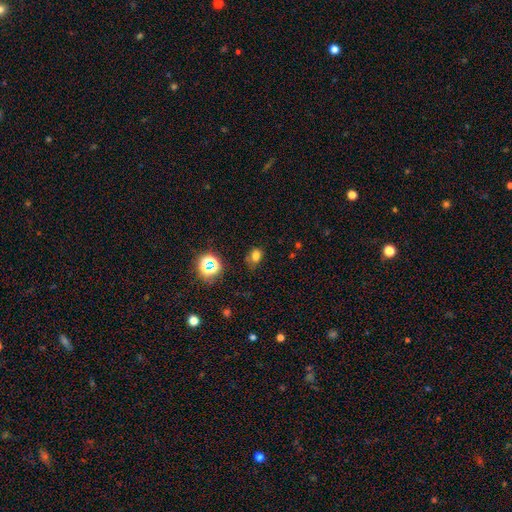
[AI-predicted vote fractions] A smooth galaxy with no disk features (70%) that is in between round and cigar-shaped (57%).

Vote fractions:
- Smooth or featured? smooth: 70% / star or artifact: 23% / featured or disk: 7%
- How rounded? in between: 57% / round: 42% / cigar-shaped: 1%
- Merging? none: 60% / minor disturbance: 25% / major disturbance: 9% / merger: 6%